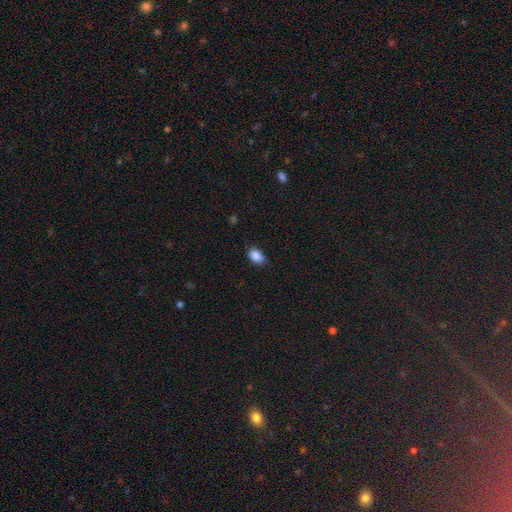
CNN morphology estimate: This is clearly a smooth galaxy (87%). How rounded: clearly in between (83%). Merging: likely none (76%).